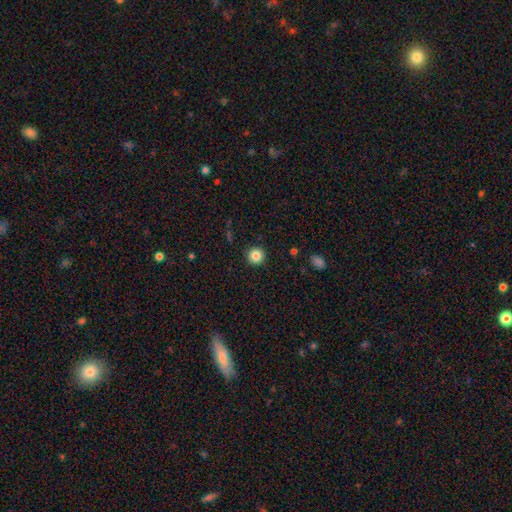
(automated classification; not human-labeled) This is clearly a smooth galaxy (84%). How rounded: clearly round (95%). Merging: clearly none (92%).